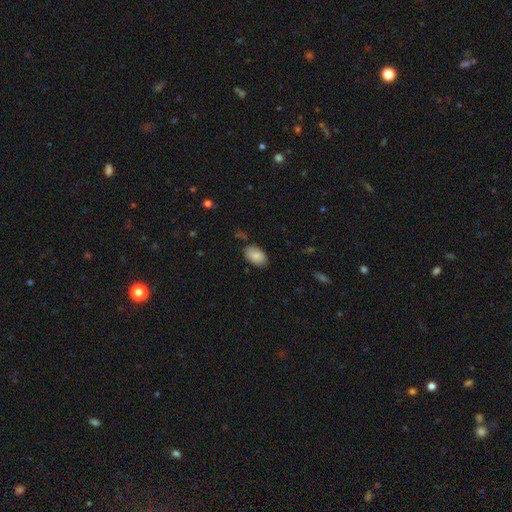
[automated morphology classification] A smooth galaxy with no disk features (85%) that is in between round and cigar-shaped (91%).

Vote fractions:
- Smooth or featured? smooth: 85% / featured or disk: 8% / star or artifact: 7%
- How rounded? in between: 91% / round: 8% / cigar-shaped: 1%
- Merging? none: 78% / minor disturbance: 16% / major disturbance: 3% / merger: 2%